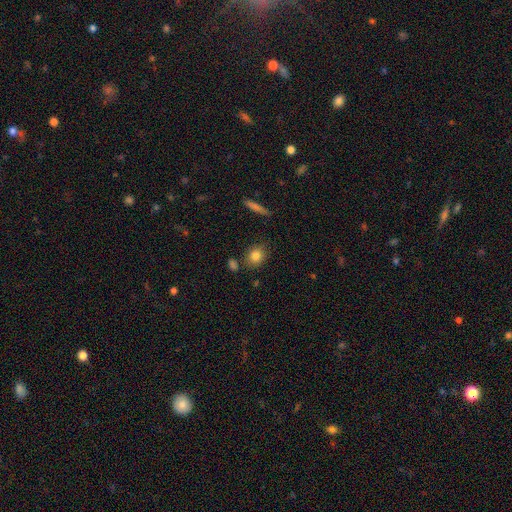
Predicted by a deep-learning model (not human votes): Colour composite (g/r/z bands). It shows a smooth galaxy with no disk features (82%) that is round (61%). Merging: none (81%).